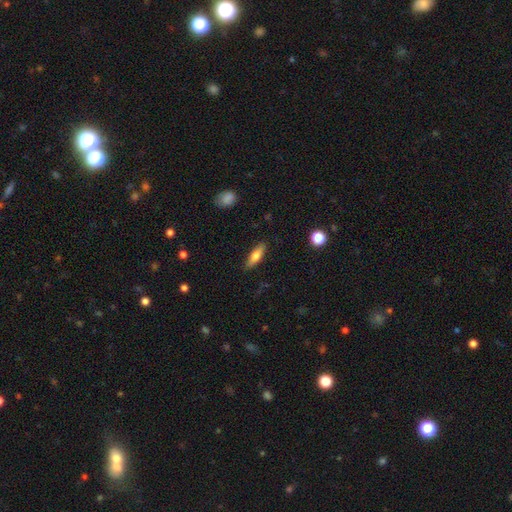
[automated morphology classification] Smooth or featured? Predicted: smooth (p=0.65). How rounded? Predicted: cigar-shaped (p=0.54). Merging? Predicted: none (p=0.87).